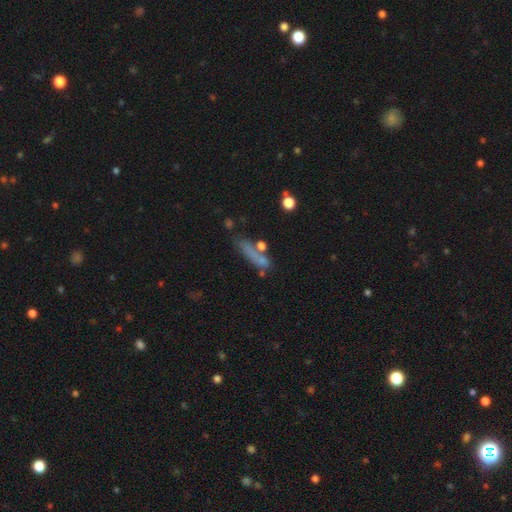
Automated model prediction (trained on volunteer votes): smooth_or_featured: smooth (p=0.58) [alt: featured or disk p=0.26]
how_rounded: cigar-shaped (p=0.75) [alt: in between p=0.20]
merging: none (p=0.57) [alt: minor disturbance p=0.18]